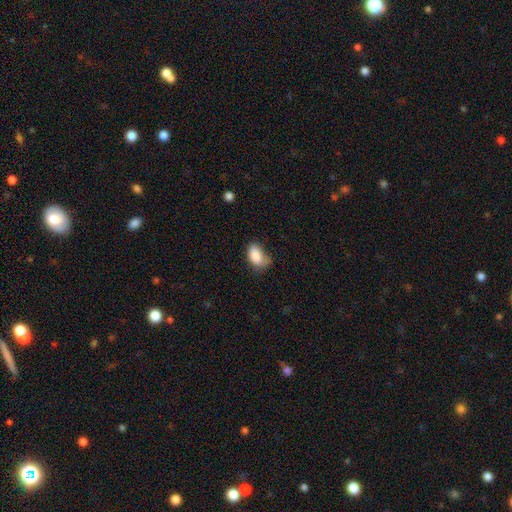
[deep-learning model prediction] The model was most divided on "merging": none: 48%, minor disturbance: 37%, major disturbance: 12%, merger: 3%. More confident: how rounded — in between (91%); smooth or featured — smooth (86%).